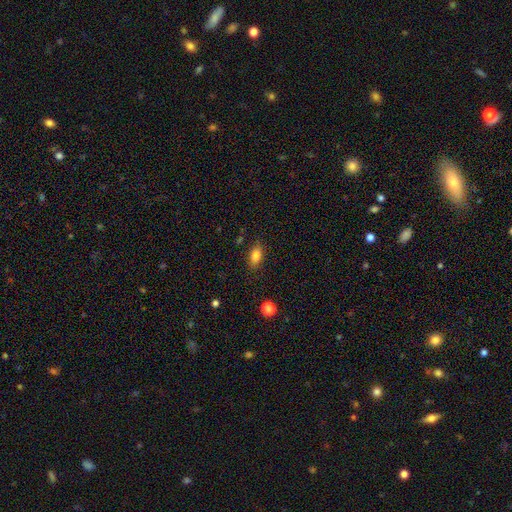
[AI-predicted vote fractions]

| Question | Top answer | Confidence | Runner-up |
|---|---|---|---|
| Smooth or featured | smooth | 82% | star or artifact (9%) |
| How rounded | in between | 85% | round (8%) |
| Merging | none | 84% | minor disturbance (11%) |